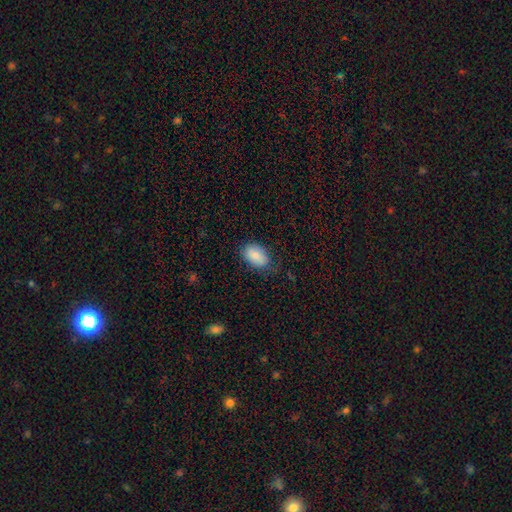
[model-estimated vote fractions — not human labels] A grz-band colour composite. It shows a smooth galaxy with no disk features (88%) that is in between round and cigar-shaped (90%). Merging: none (74%).